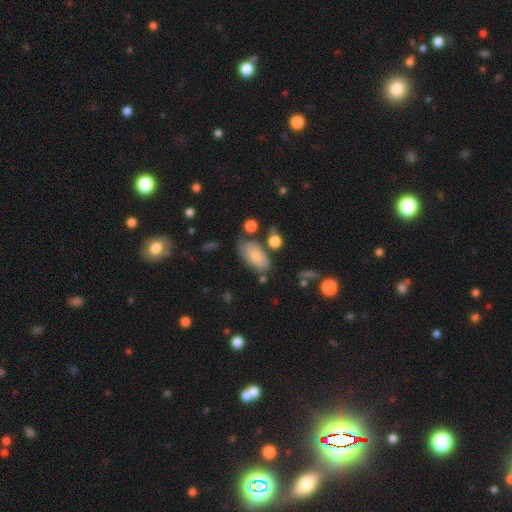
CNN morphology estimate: This is likely a smooth galaxy (75%). How rounded: clearly in between (92%). Merging: possibly none (58%).